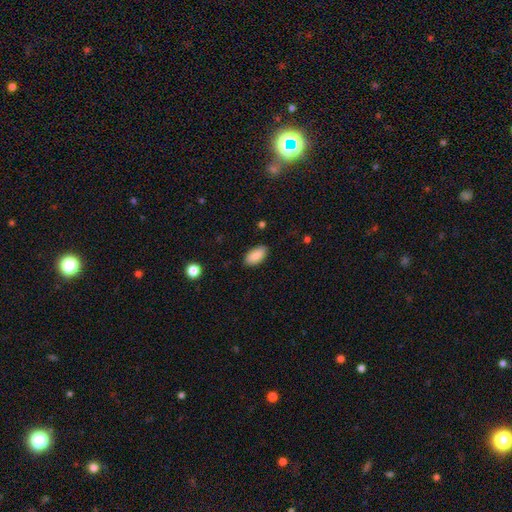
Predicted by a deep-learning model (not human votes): Smooth or featured: smooth — 87% (star or artifact — 7%)
How rounded: in between — 94% (cigar-shaped — 3%)
Merging: none — 86% (minor disturbance — 11%)